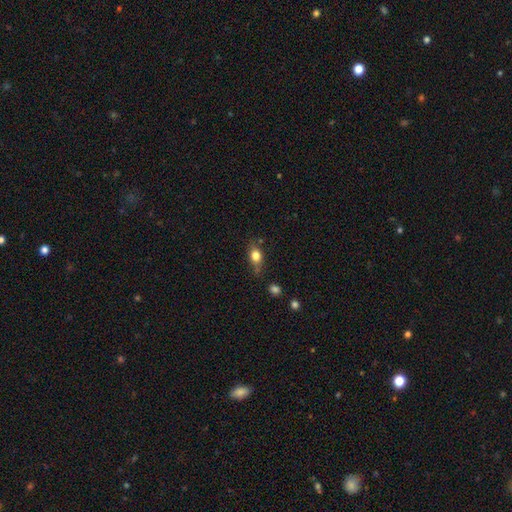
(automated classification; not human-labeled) Smooth or featured: smooth — 76% (featured or disk — 15%)
How rounded: in between — 71% (round — 21%)
Merging: none — 66% (minor disturbance — 24%)